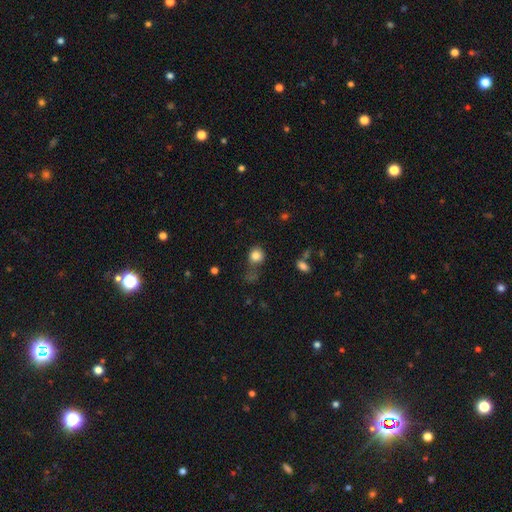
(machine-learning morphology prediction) A smooth galaxy with no disk features (83%) that is round (81%).

Vote fractions:
- Smooth or featured? smooth: 83% / star or artifact: 11% / featured or disk: 6%
- How rounded? round: 81% / in between: 18% / cigar-shaped: 1%
- Merging? none: 60% / minor disturbance: 21% / major disturbance: 11% / merger: 8%